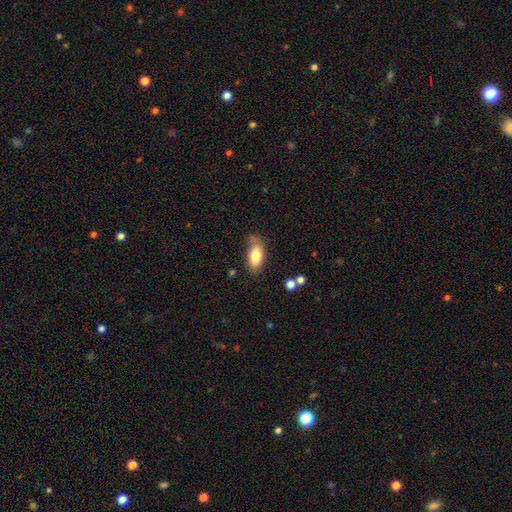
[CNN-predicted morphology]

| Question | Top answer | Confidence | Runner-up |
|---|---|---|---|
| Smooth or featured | smooth | 80% | featured or disk (13%) |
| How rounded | in between | 90% | cigar-shaped (7%) |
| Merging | none | 61% | minor disturbance (27%) |